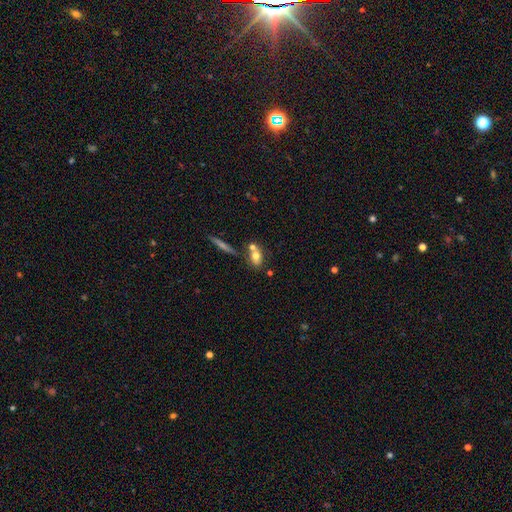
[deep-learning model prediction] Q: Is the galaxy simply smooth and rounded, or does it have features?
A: smooth — 67%.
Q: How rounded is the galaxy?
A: in between — 71%.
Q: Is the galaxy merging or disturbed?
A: none — 47%.